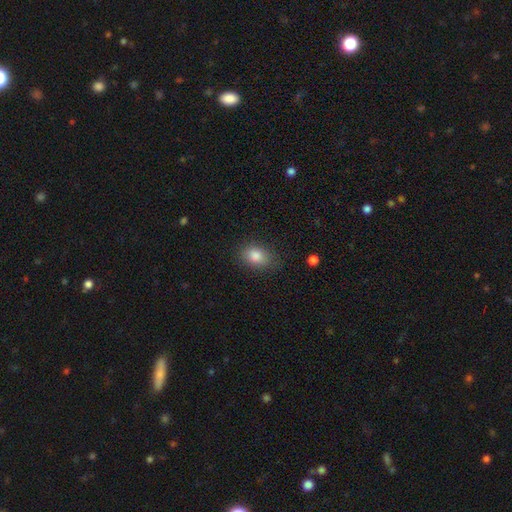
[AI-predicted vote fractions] Smooth or featured?
  - smooth: 84% *
  - star or artifact: 9%
  - featured or disk: 7%
How rounded?
  - in between: 76% *
  - round: 22%
  - cigar-shaped: 1%
Merging?
  - none: 78% *
  - minor disturbance: 16%
  - major disturbance: 4%
  - merger: 1%